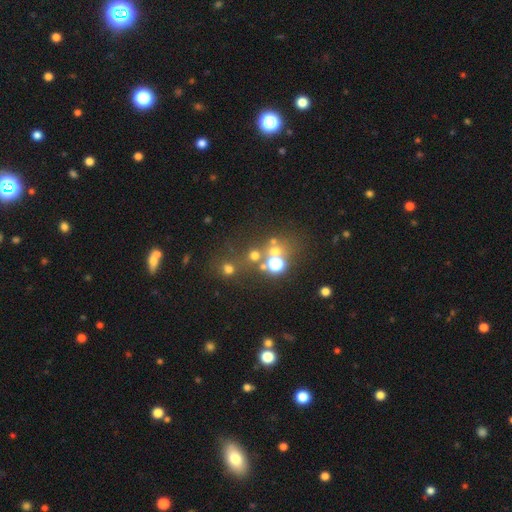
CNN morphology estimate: The model was most divided on "smooth or featured": star or artifact: 48%, smooth: 38%, featured or disk: 14%.